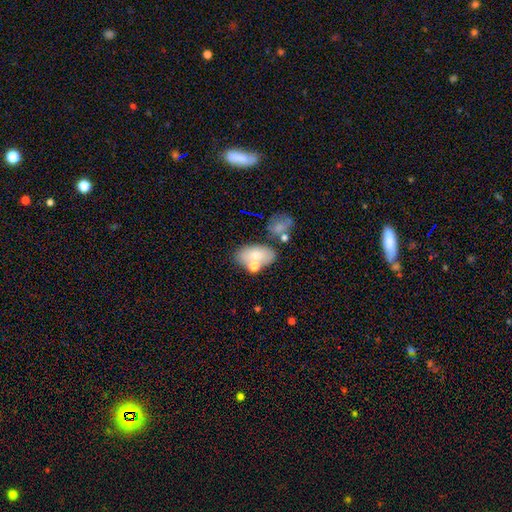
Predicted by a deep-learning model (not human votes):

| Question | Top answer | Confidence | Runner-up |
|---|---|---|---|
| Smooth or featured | smooth | 70% | featured or disk (21%) |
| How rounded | in between | 90% | round (8%) |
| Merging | none | 60% | merger (19%) |